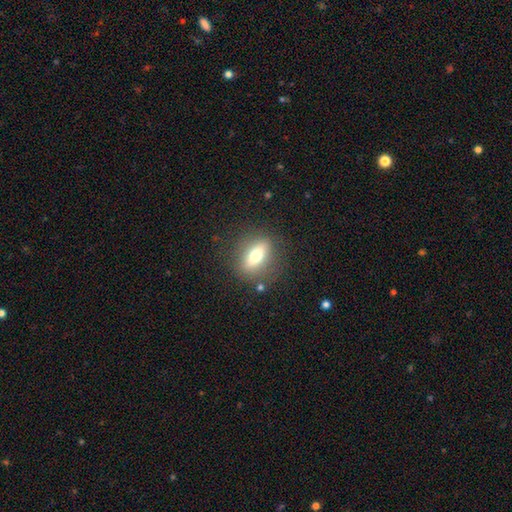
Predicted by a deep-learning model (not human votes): The model was most divided on "smooth or featured": smooth: 59%, featured or disk: 32%, star or artifact: 9%. More confident: merging — none (83%); how rounded — in between (64%).